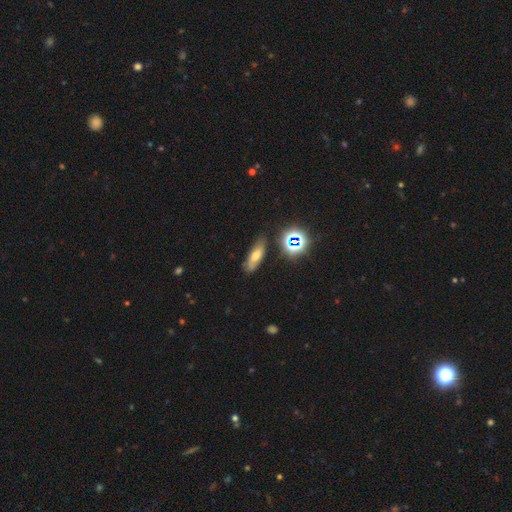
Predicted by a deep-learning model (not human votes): smooth 54%, featured or disk 26%, star or artifact 20%. Down the decision tree: how rounded — in between (54%); merging — none (76%).